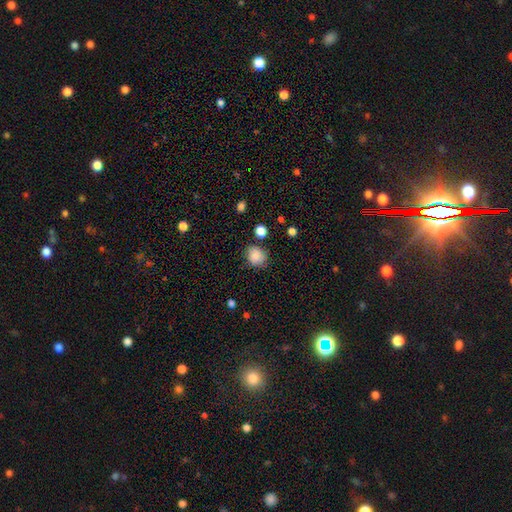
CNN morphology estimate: smooth-or-featured: smooth: 82% | star or artifact: 10% | featured or disk: 8%
  how-rounded: round: 79% | in between: 20% | cigar-shaped: 1%
  merging: none: 75% | minor disturbance: 17% | major disturbance: 4% | merger: 3%